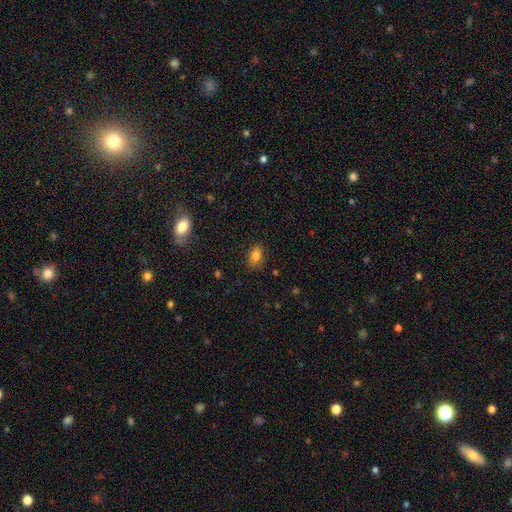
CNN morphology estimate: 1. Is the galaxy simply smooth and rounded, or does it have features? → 82% smooth, 11% star or artifact, 7% featured or disk.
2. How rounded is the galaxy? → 84% in between, 13% round, 2% cigar-shaped.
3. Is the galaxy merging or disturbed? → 84% none, 12% minor disturbance, 3% major disturbance, 1% merger.